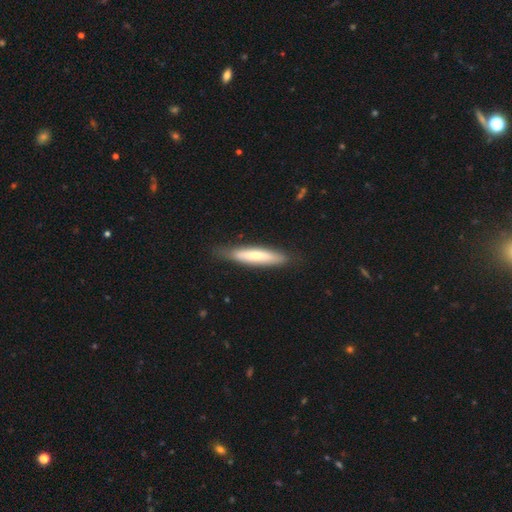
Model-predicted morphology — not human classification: smooth_or_featured: smooth (p=0.62) [alt: featured or disk p=0.33]
how_rounded: cigar-shaped (p=0.83) [alt: in between p=0.16]
merging: none (p=0.78) [alt: minor disturbance p=0.17]